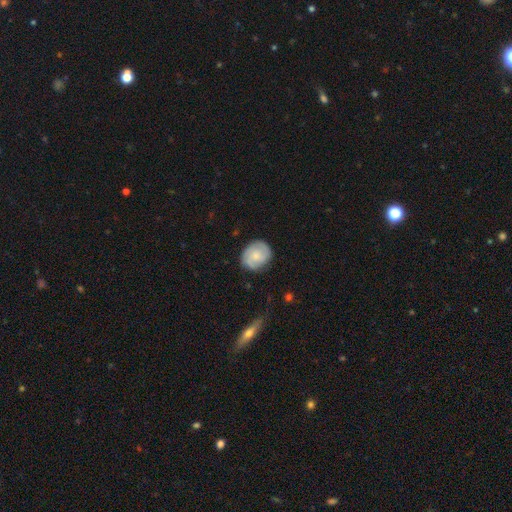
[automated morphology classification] A featured or disk galaxy (56%) with no bar (72%), spiral arms (90%) and a small central bulge (56%). Merging: none (79%).